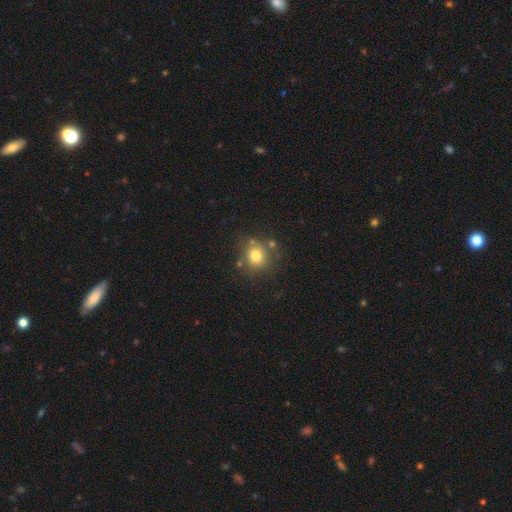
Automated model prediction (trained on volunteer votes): The model was most divided on "merging": none: 73%, minor disturbance: 14%, merger: 8%, major disturbance: 5%. More confident: how rounded — round (85%); smooth or featured — smooth (76%).